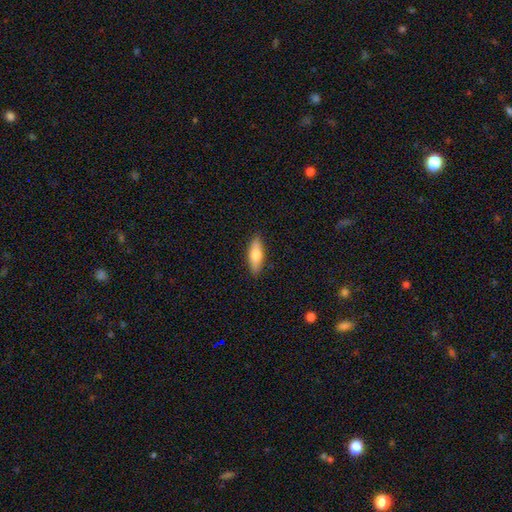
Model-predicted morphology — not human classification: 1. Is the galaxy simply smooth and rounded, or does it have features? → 71% smooth, 23% featured or disk, 6% star or artifact.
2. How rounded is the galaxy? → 60% in between, 37% cigar-shaped, 2% round.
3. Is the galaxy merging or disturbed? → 87% none, 10% minor disturbance, 2% major disturbance, 1% merger.